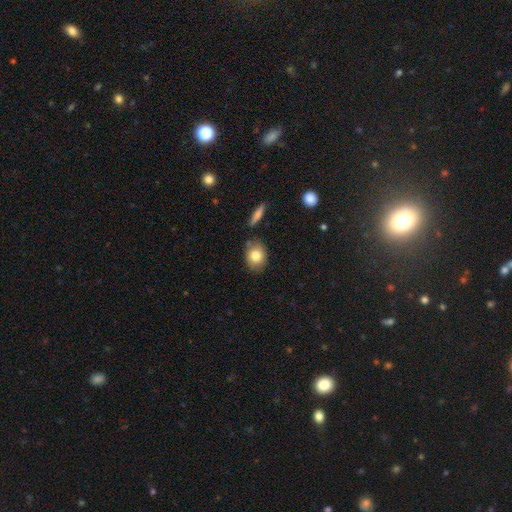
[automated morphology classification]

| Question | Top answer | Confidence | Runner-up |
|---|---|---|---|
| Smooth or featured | smooth | 79% | featured or disk (12%) |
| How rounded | in between | 56% | round (42%) |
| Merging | none | 79% | minor disturbance (13%) |